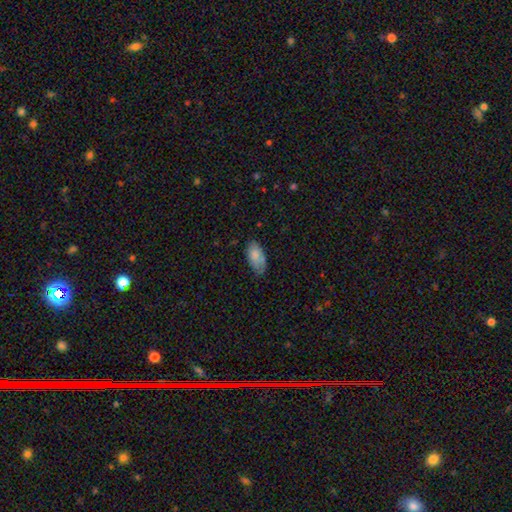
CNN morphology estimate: smooth 81%, featured or disk 12%, star or artifact 7%. Down the decision tree: how rounded — in between (94%); merging — none (62%).